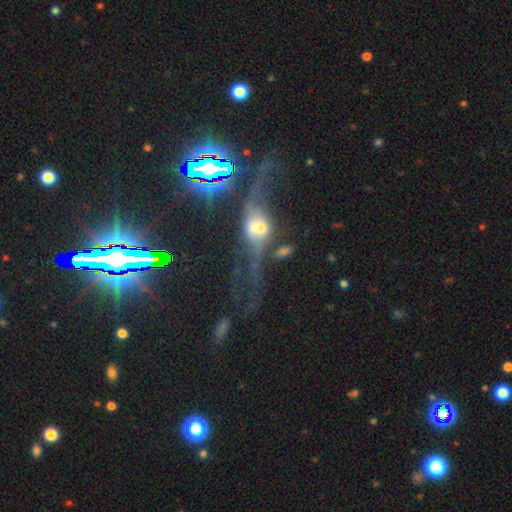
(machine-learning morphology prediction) The model was most divided on "edge-on disk": yes: 58%, no: 42%. More confident: smooth or featured — featured or disk (66%); merging — none (50%).